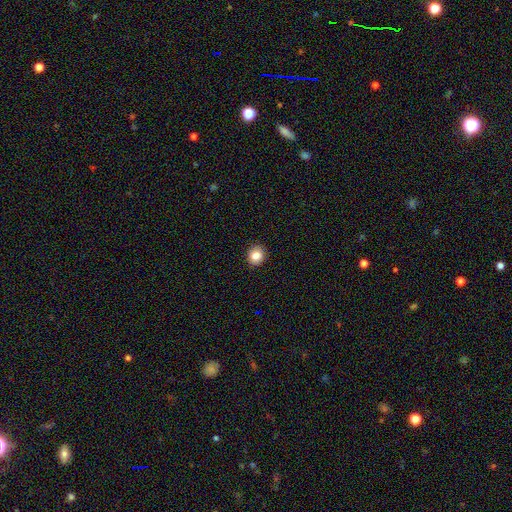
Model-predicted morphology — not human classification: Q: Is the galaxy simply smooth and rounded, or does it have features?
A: smooth — 84%.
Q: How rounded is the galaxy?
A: round — 81%.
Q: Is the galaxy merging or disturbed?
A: none — 91%.